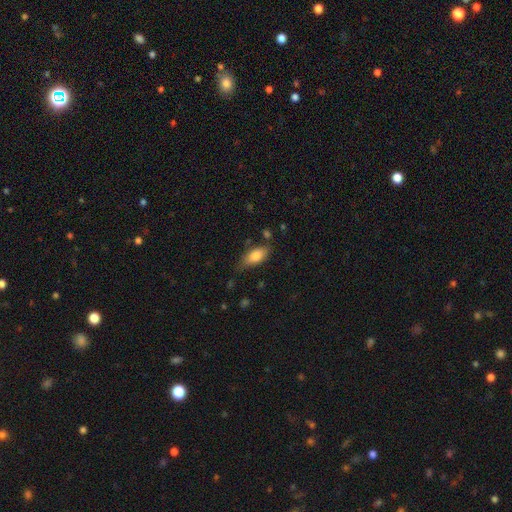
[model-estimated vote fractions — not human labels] This appears to be a smooth galaxy with no disk features (82%) that is in between round and cigar-shaped (86%). Merging: none (65%).